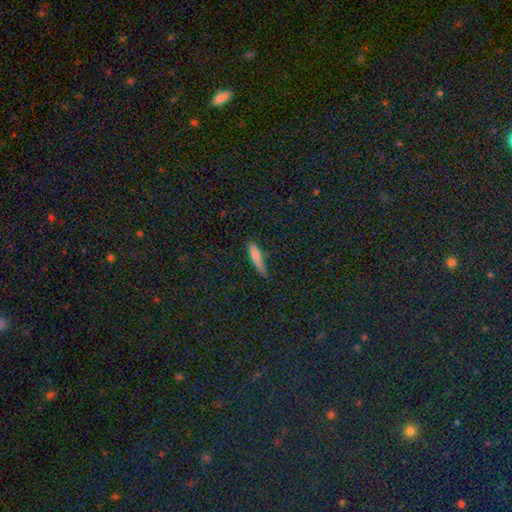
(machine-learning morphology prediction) Smooth or featured: smooth — 77% (featured or disk — 13%)
How rounded: cigar-shaped — 73% (in between — 25%)
Merging: none — 51% (minor disturbance — 35%)